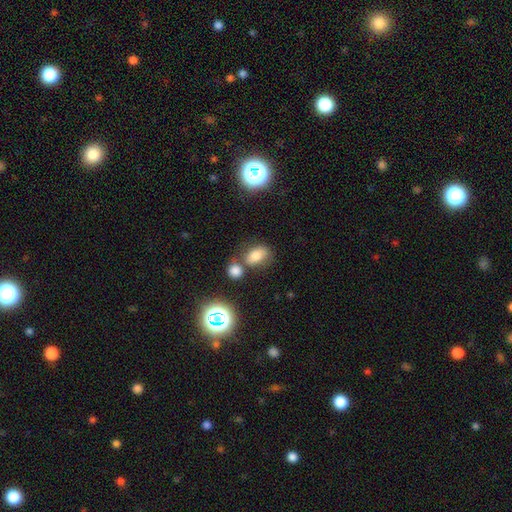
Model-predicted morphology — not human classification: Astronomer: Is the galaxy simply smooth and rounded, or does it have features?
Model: smooth — 72%.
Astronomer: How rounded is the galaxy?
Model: in between — 80%.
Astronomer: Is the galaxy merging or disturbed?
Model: none — 51% (runner-up: merger, 26%).